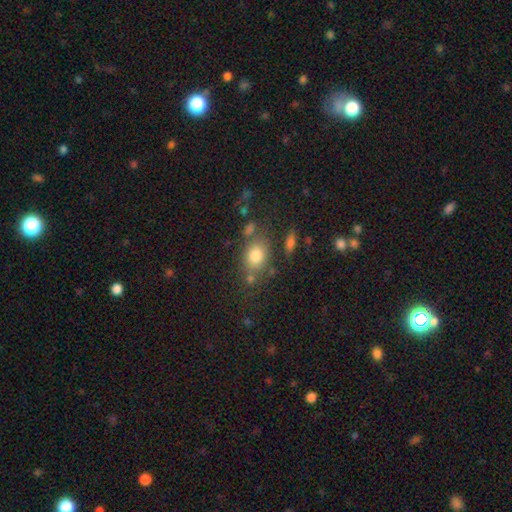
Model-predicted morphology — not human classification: A smooth galaxy with no disk features (77%) that is in between round and cigar-shaped (63%).

Vote fractions:
- Smooth or featured? smooth: 77% / featured or disk: 12% / star or artifact: 12%
- How rounded? in between: 63% / round: 35% / cigar-shaped: 2%
- Merging? none: 66% / minor disturbance: 16% / merger: 11% / major disturbance: 7%